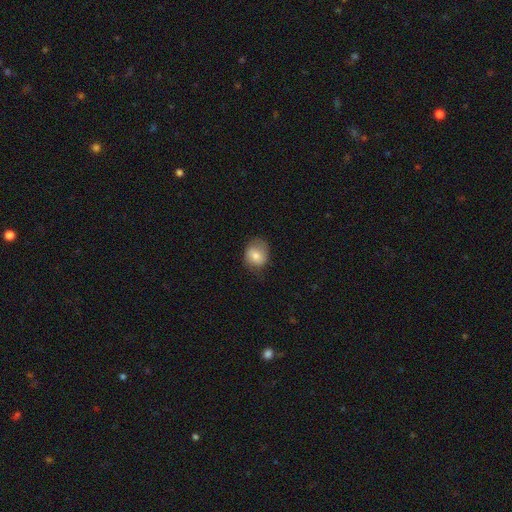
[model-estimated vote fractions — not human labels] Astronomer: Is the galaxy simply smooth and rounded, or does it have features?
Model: smooth — 75%.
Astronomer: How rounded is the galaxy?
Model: round — 56% (runner-up: in between, 43%).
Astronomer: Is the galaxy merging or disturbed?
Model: none — 67%.